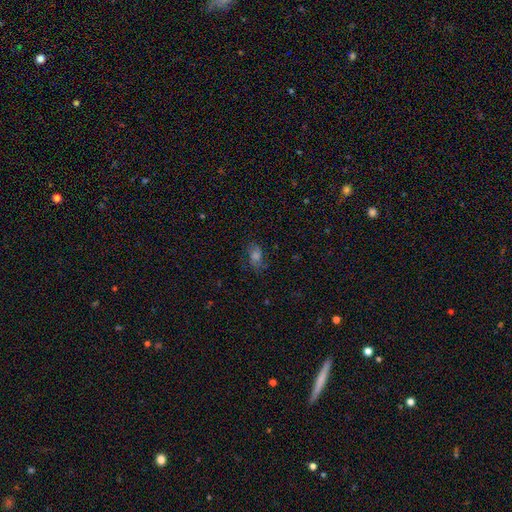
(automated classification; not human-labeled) The model was most divided on "smooth or featured": smooth: 46%, featured or disk: 29%, star or artifact: 26%. More confident: merging — none (75%).